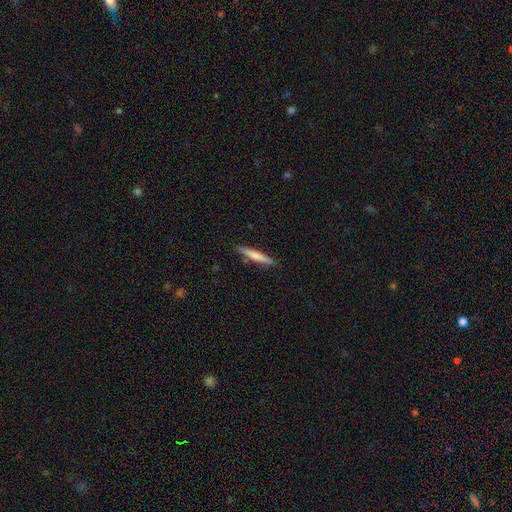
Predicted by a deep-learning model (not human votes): Q: Smooth or featured?
A: smooth (68%); runner-up: featured or disk (27%)
Q: How rounded?
A: cigar-shaped (94%); runner-up: in between (5%)
Q: Merging?
A: none (87%); runner-up: minor disturbance (10%)